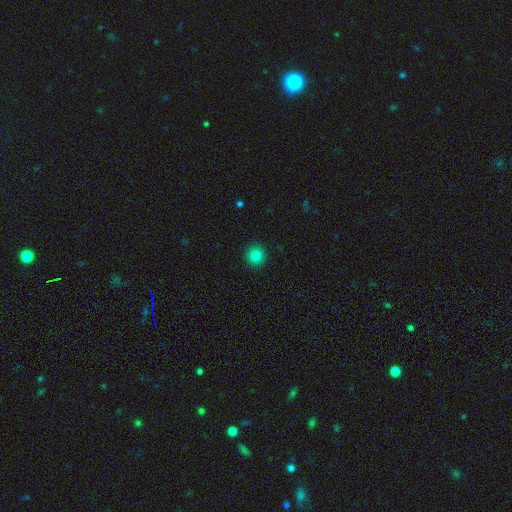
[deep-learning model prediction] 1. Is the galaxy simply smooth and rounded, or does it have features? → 82% smooth, 11% star or artifact, 7% featured or disk.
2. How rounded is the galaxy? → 94% round, 5% in between, 1% cigar-shaped.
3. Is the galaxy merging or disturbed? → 93% none, 5% minor disturbance, 2% major disturbance, 1% merger.